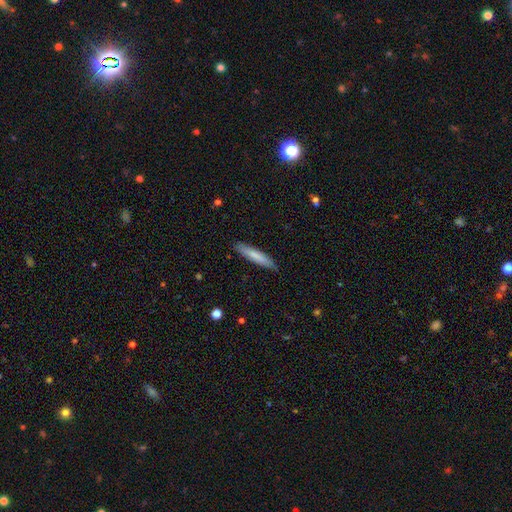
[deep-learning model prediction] Smooth or featured: smooth — 74% (featured or disk — 20%)
How rounded: cigar-shaped — 88% (in between — 10%)
Merging: none — 86% (minor disturbance — 11%)